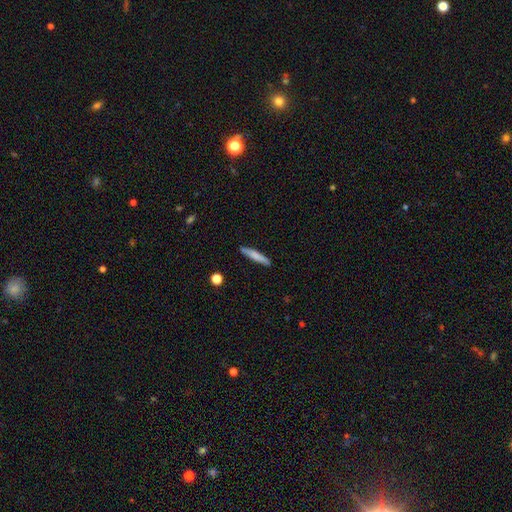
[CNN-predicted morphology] A smooth galaxy with no disk features (73%) that is cigar-shaped (93%).

Vote fractions:
- Smooth or featured? smooth: 73% / featured or disk: 20% / star or artifact: 6%
- How rounded? cigar-shaped: 93% / in between: 6% / round: 1%
- Merging? none: 87% / minor disturbance: 9% / major disturbance: 2% / merger: 2%